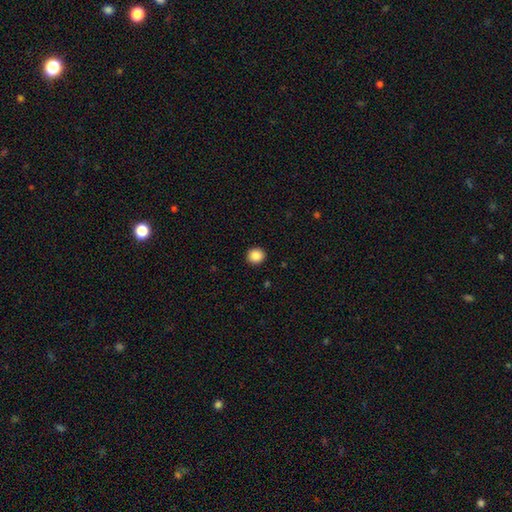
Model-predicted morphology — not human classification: This appears to be a smooth galaxy with no disk features (88%) that is round (89%). Merging: none (92%).